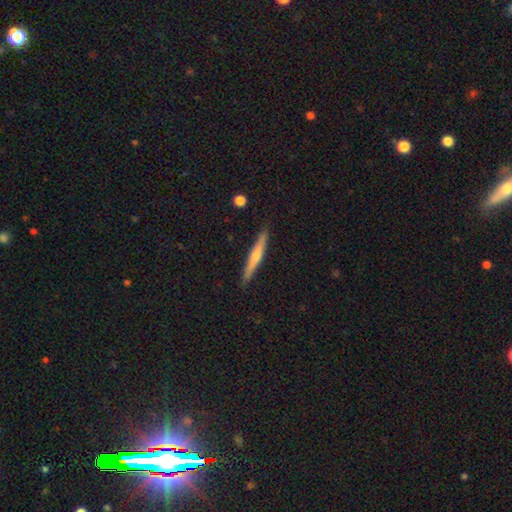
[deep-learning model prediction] Smooth or featured: featured or disk — 52% (smooth — 42%)
Edge-on disk: yes — 97% (no — 3%)
Edge-on bulge: rounded — 64% (none — 29%)
Merging: none — 90% (minor disturbance — 8%)